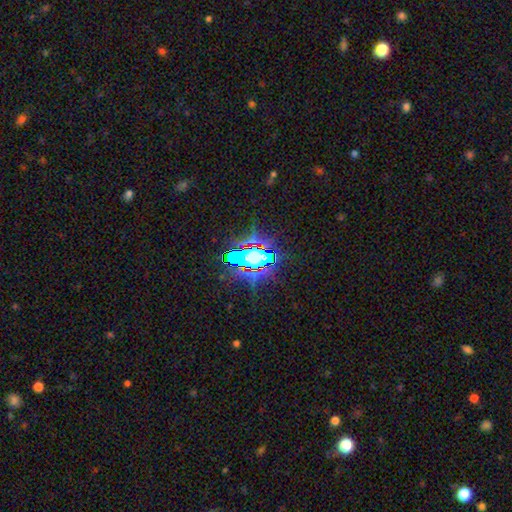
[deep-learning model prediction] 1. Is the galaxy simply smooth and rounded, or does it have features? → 66% star or artifact, 19% smooth, 15% featured or disk.